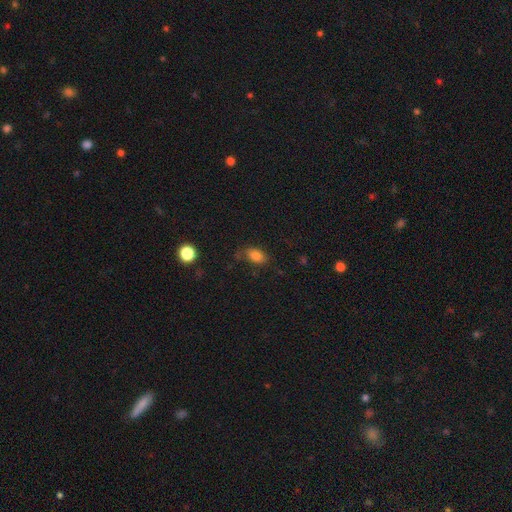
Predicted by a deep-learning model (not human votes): A smooth galaxy with no disk features (82%) that is in between round and cigar-shaped (85%).

Vote fractions:
- Smooth or featured? smooth: 82% / star or artifact: 11% / featured or disk: 7%
- How rounded? in between: 85% / round: 12% / cigar-shaped: 2%
- Merging? none: 70% / minor disturbance: 21% / major disturbance: 6% / merger: 3%